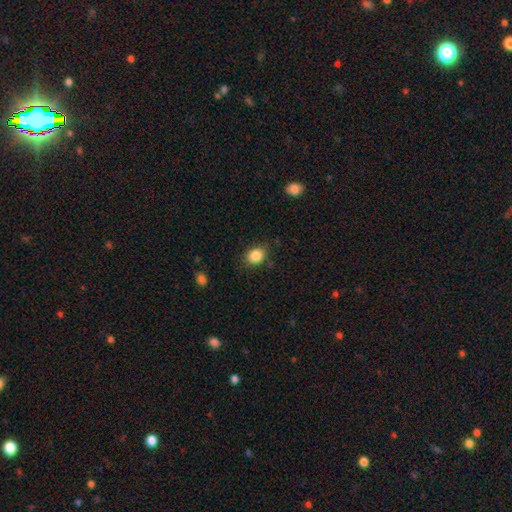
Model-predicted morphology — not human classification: A smooth galaxy with no disk features (86%) that is in between round and cigar-shaped (54%).

Vote fractions:
- Smooth or featured? smooth: 86% / star or artifact: 9% / featured or disk: 5%
- How rounded? in between: 54% / round: 45% / cigar-shaped: 1%
- Merging? none: 80% / minor disturbance: 15% / major disturbance: 4% / merger: 2%